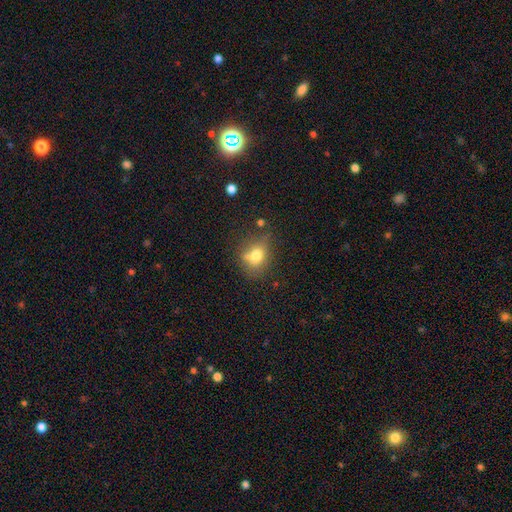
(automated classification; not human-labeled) Smooth or featured? Predicted: smooth (p=0.73). How rounded? Predicted: round (p=0.49, tied with in between). Merging? Predicted: none (p=0.53).